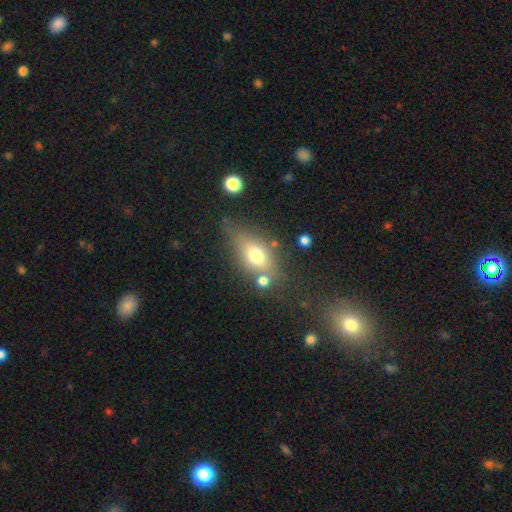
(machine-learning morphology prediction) A smooth galaxy with no disk features (63%) that is in between round and cigar-shaped (72%). Merging: none (61%).